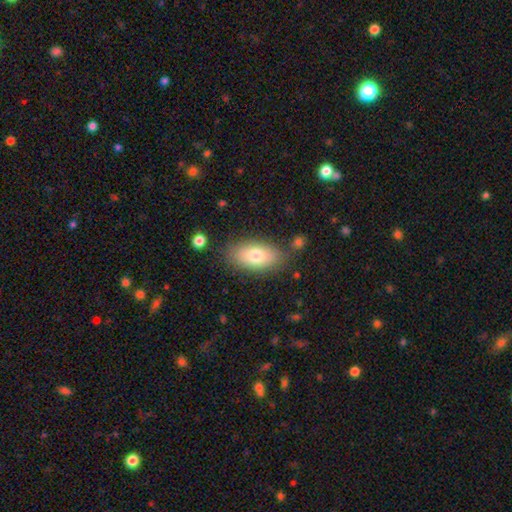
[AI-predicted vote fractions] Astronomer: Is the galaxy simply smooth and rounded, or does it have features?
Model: smooth — 76%.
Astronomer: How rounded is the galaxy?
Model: in between — 91%.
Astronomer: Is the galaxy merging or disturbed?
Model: none — 78%.